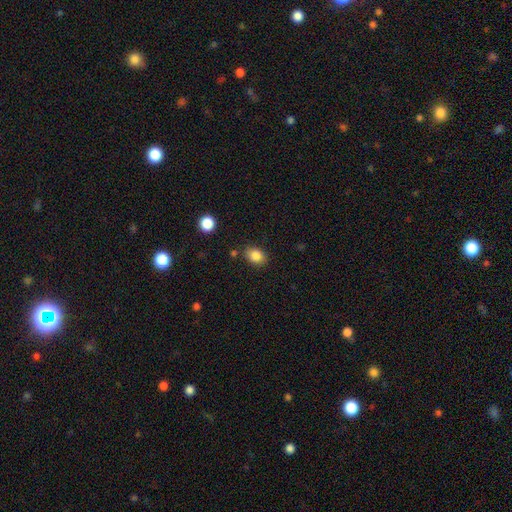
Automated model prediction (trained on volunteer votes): This is clearly a smooth galaxy (86%). How rounded: likely in between (68%). Merging: clearly none (80%).